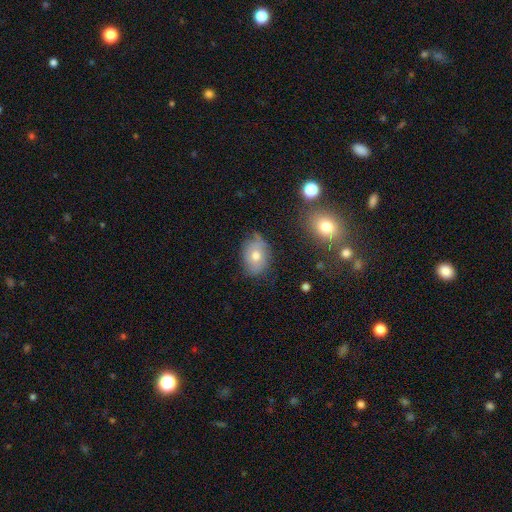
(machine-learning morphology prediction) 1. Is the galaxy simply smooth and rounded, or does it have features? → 65% smooth, 25% featured or disk, 10% star or artifact.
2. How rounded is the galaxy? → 72% in between, 26% round, 1% cigar-shaped.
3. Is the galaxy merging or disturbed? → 66% none, 25% minor disturbance, 6% major disturbance, 3% merger.